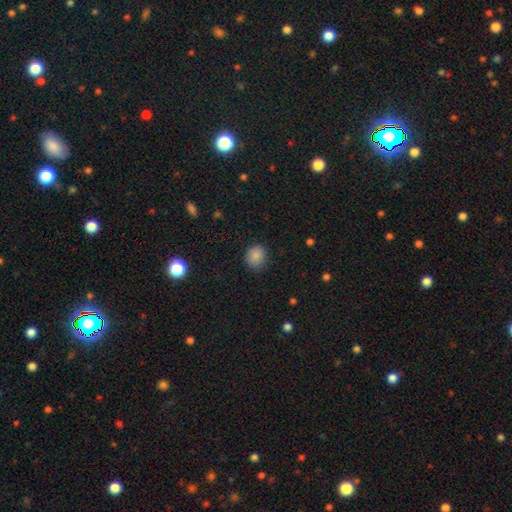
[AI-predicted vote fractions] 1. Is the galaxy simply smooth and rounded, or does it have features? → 85% smooth, 10% star or artifact, 5% featured or disk.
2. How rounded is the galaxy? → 77% round, 22% in between, 1% cigar-shaped.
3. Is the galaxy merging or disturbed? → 84% none, 12% minor disturbance, 3% major disturbance, 1% merger.